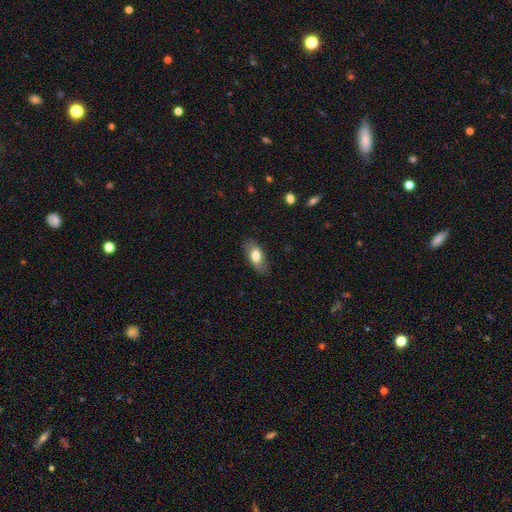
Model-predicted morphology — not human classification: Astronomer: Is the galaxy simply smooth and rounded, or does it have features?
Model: smooth — 71%.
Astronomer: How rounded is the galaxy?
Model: in between — 87%.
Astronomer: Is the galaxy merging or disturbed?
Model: none — 80%.